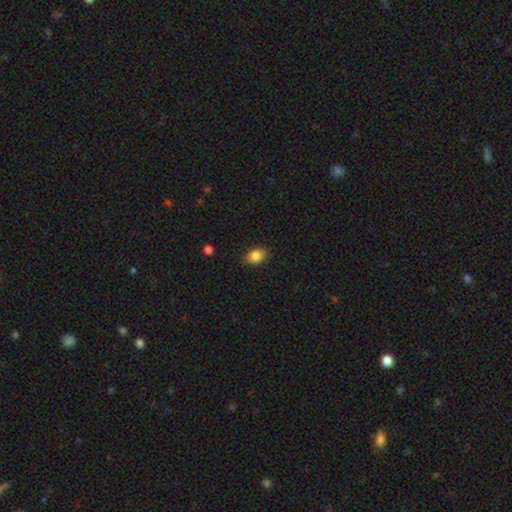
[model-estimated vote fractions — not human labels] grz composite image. It shows a smooth galaxy with no disk features (86%) that is in between round and cigar-shaped (62%). Merging: none (83%).